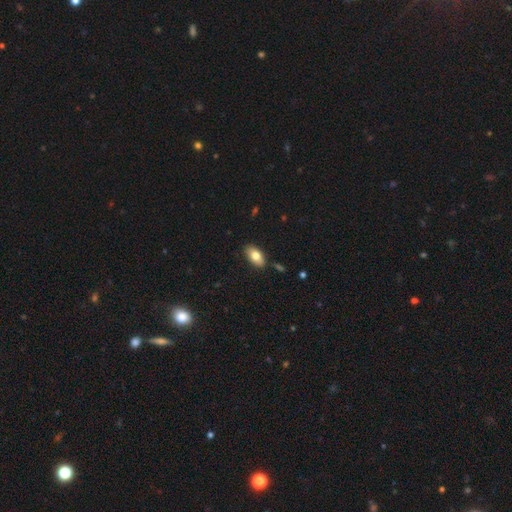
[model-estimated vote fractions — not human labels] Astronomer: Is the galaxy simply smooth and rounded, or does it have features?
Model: smooth — 78%.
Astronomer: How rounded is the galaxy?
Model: in between — 93%.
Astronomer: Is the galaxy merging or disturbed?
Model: none — 85%.